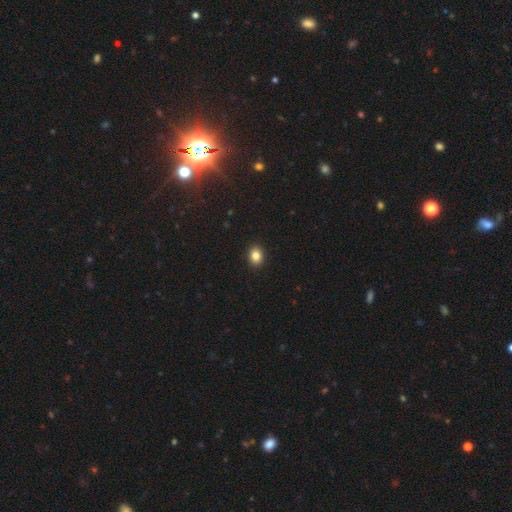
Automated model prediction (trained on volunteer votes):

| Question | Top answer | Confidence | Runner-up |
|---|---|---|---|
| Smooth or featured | smooth | 85% | star or artifact (10%) |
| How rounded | in between | 61% | round (38%) |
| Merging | none | 91% | minor disturbance (6%) |